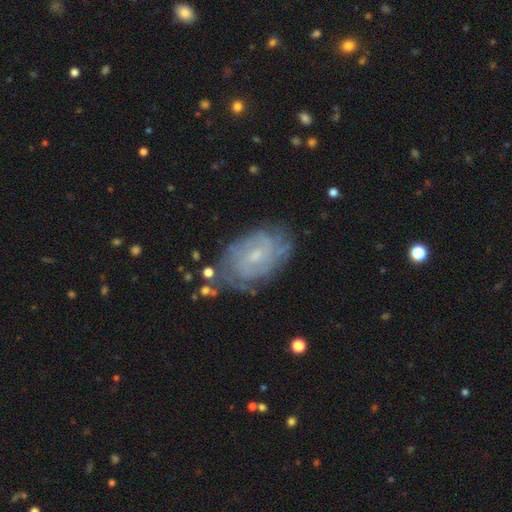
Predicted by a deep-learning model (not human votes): Smooth or featured? featured or disk (76%)
Edge-on disk? no (96%)
Bar? no (49%)
Spiral arms? yes (91%)
Spiral winding? tight (66%)
Spiral arm count? can't tell (49%)
Bulge size? small (66%)
Merging? none (70%)